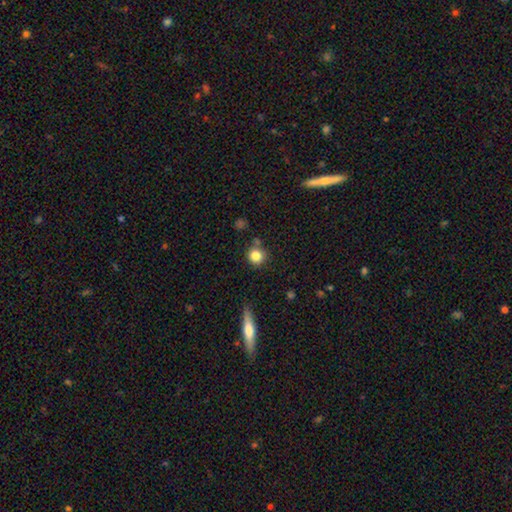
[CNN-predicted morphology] Q: Smooth or featured?
A: smooth (83%); runner-up: star or artifact (10%)
Q: How rounded?
A: round (90%); runner-up: in between (8%)
Q: Merging?
A: none (75%); runner-up: minor disturbance (12%)